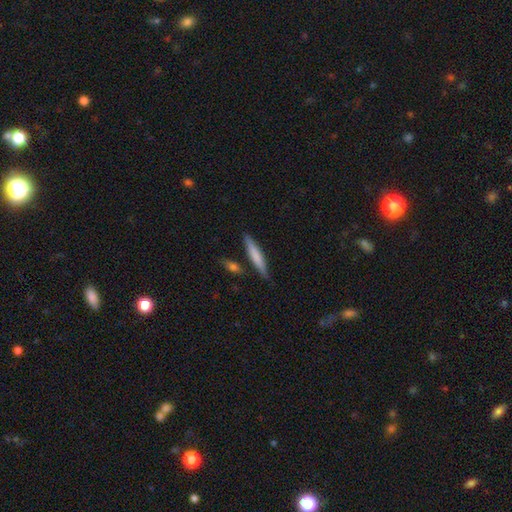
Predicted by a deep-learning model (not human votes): A smooth galaxy with no disk features (71%) that is cigar-shaped (90%).

Vote fractions:
- Smooth or featured? smooth: 71% / featured or disk: 24% / star or artifact: 5%
- How rounded? cigar-shaped: 90% / in between: 8% / round: 1%
- Merging? none: 81% / minor disturbance: 12% / merger: 5% / major disturbance: 2%